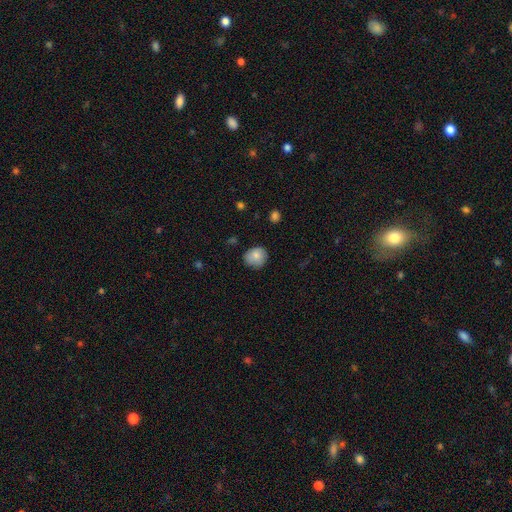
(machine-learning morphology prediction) This appears to be a smooth galaxy with no disk features (81%) that is round (81%). Merging: none (76%).